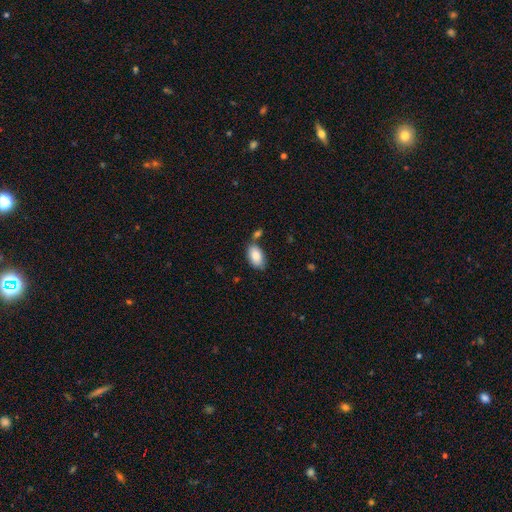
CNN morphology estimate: Smooth or featured? Predicted: smooth (p=0.86). How rounded? Predicted: in between (p=0.94). Merging? Predicted: none (p=0.67).